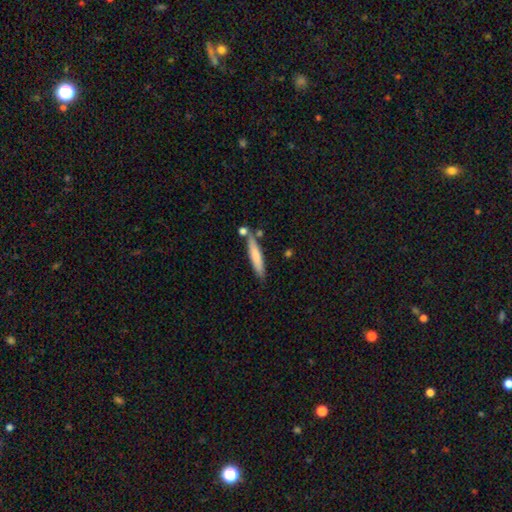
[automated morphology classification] Smooth or featured? smooth (71%)
How rounded? cigar-shaped (90%)
Merging? none (73%)